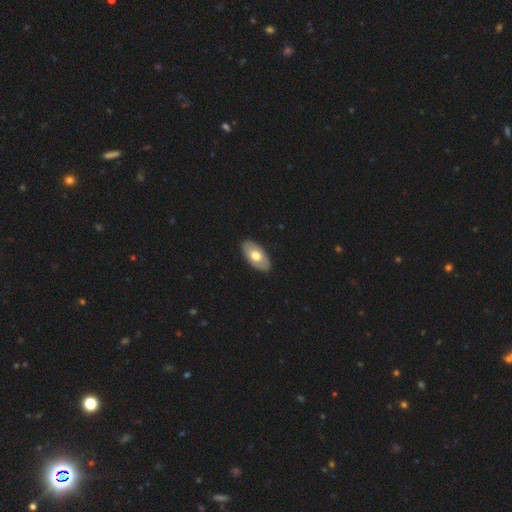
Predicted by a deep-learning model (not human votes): The model was most divided on "smooth or featured": smooth: 64%, featured or disk: 31%, star or artifact: 5%. More confident: how rounded — in between (94%); merging — none (90%).